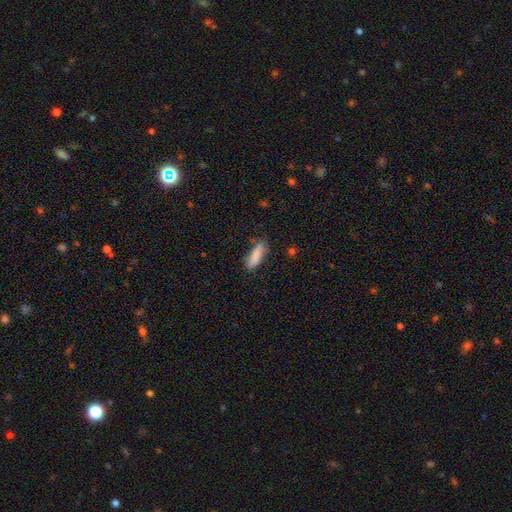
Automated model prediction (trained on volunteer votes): A smooth galaxy with no disk features (85%) that is cigar-shaped (50%).

Vote fractions:
- Smooth or featured? smooth: 85% / featured or disk: 8% / star or artifact: 7%
- How rounded? cigar-shaped: 50% / in between: 48% / round: 2%
- Merging? none: 73% / minor disturbance: 20% / major disturbance: 4% / merger: 2%